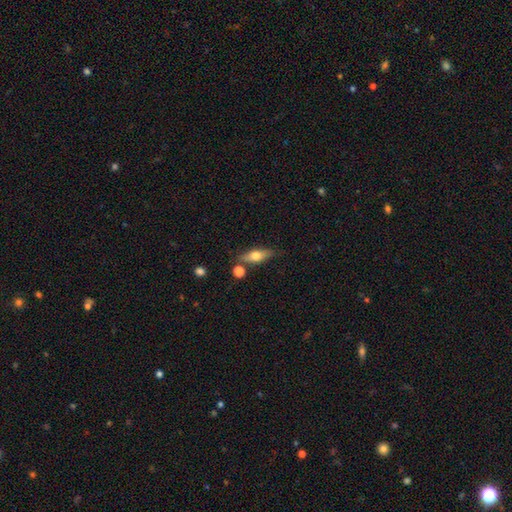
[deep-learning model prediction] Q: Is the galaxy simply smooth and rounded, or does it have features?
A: smooth — 59%.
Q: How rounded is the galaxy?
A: in between — 58%.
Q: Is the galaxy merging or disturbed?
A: none — 73%.